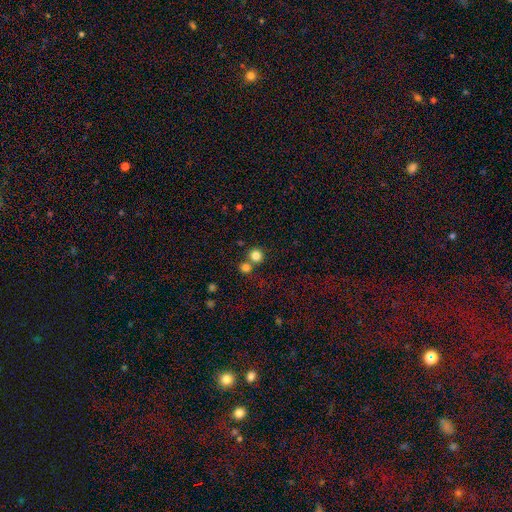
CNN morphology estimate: Smooth or featured? Predicted: smooth (p=0.82). How rounded? Predicted: round (p=0.93). Merging? Predicted: none (p=0.65).